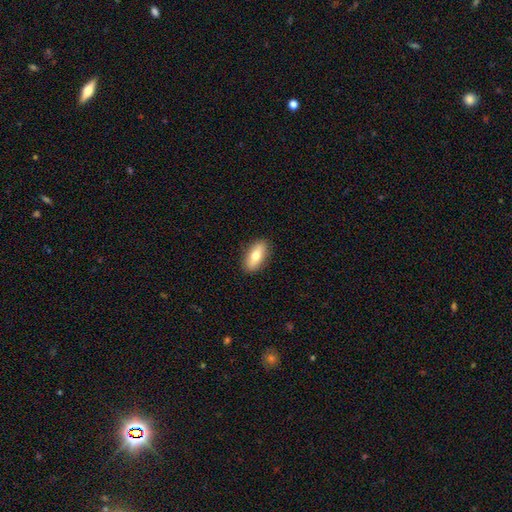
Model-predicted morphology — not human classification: The model was most divided on "smooth or featured": smooth: 69%, featured or disk: 25%, star or artifact: 7%. More confident: merging — none (88%); how rounded — in between (82%).